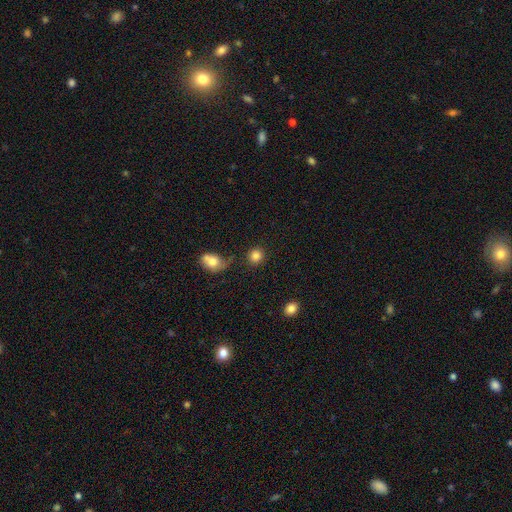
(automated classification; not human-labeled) A smooth galaxy with no disk features (85%) that is round (86%). Merging: none (81%).